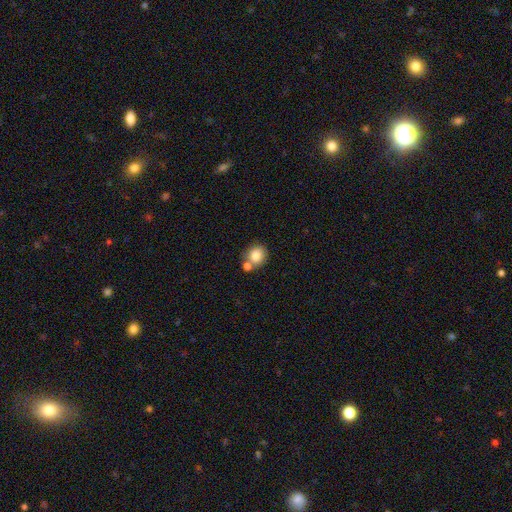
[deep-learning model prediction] This is clearly a smooth galaxy (82%). How rounded: likely round (79%). Merging: possibly none (56%).